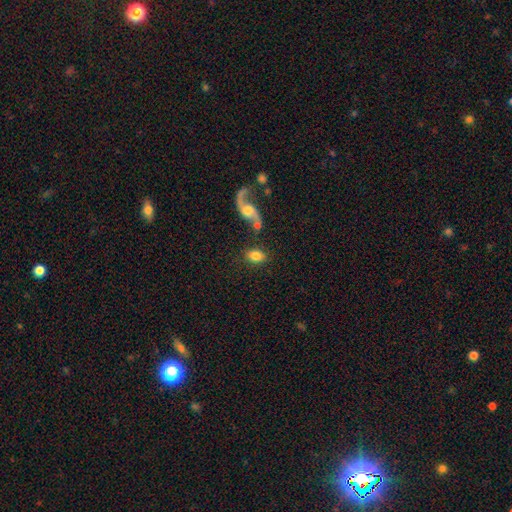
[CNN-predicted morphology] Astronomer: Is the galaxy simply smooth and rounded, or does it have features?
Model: smooth — 76%.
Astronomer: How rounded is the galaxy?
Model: in between — 82%.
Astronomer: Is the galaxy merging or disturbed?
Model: none — 67%.